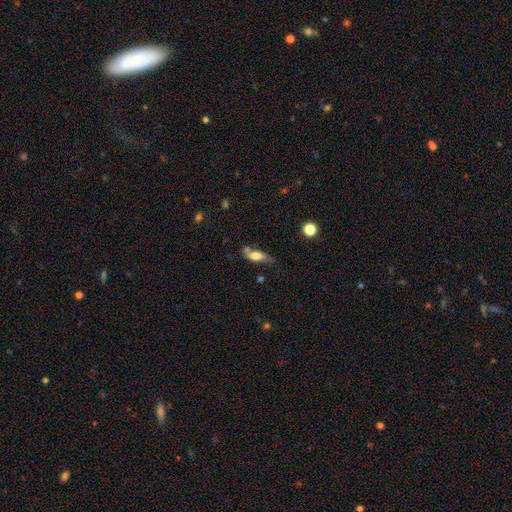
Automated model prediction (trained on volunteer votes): The model was most divided on "merging": none: 49%, minor disturbance: 27%, merger: 14%, major disturbance: 10%. More confident: how rounded — in between (66%); smooth or featured — smooth (62%).